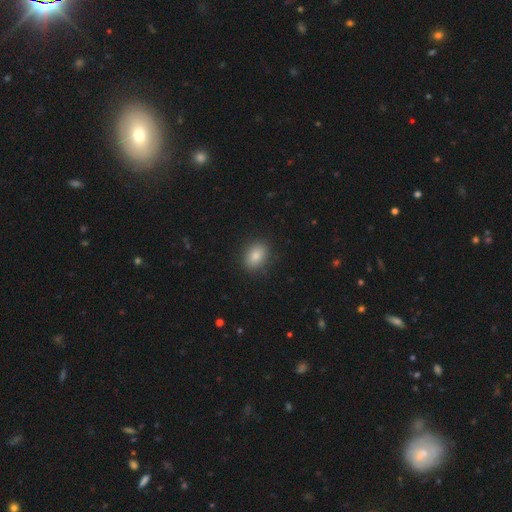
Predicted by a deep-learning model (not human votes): Overall: smooth (85%). How rounded: in between (73%). Merging: none (88%).